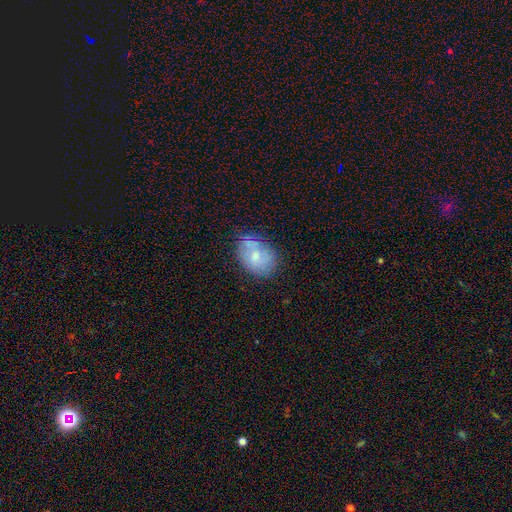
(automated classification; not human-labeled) This appears to be a smooth galaxy with no disk features (59%) that is in between round and cigar-shaped (71%). Merging: none (69%).